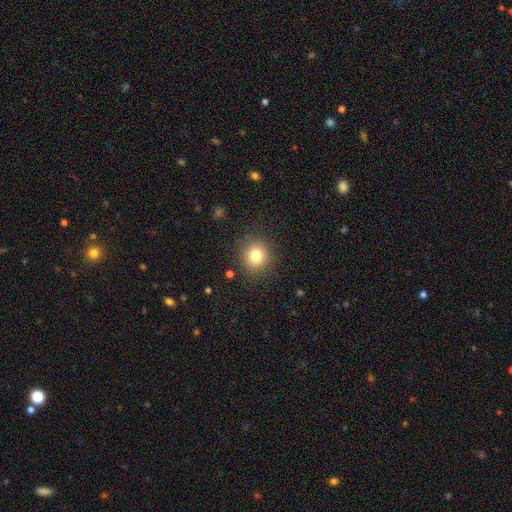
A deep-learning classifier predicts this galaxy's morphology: This is likely a smooth galaxy (80%). How rounded: clearly round (86%). Merging: clearly none (88%).